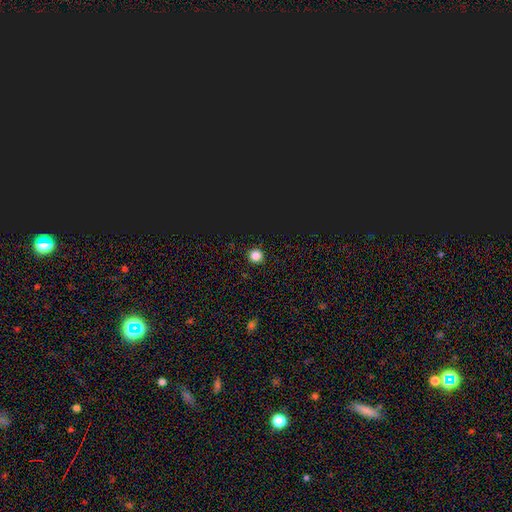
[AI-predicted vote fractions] Morphology: type=smooth (82%); roundness=round (94%); merging=none (92%).